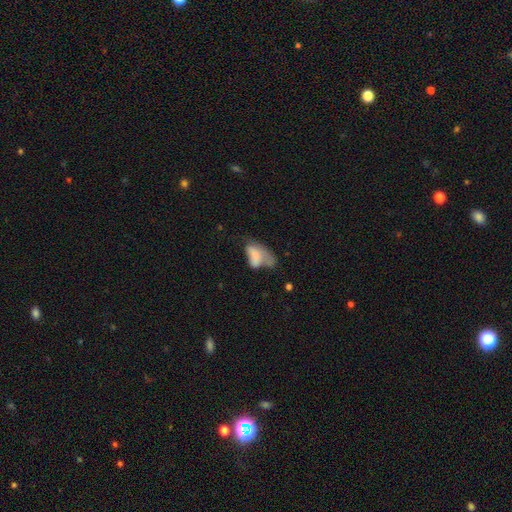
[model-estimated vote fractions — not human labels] Overall: smooth (65%). How rounded: in between (89%). Merging: major disturbance (37%; minor disturbance 23%).